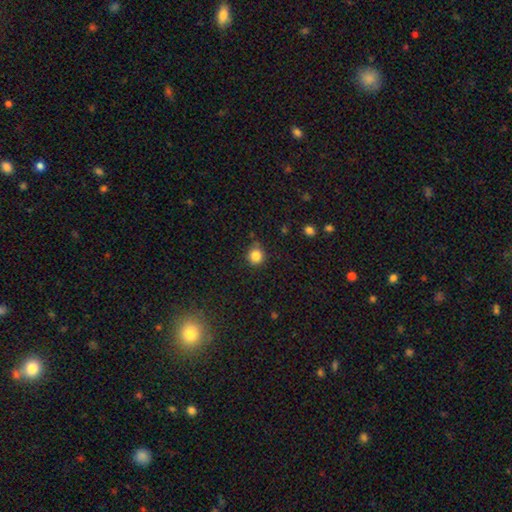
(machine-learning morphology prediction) Smooth or featured?
  - smooth: 84% *
  - star or artifact: 12%
  - featured or disk: 5%
How rounded?
  - round: 91% *
  - in between: 8%
  - cigar-shaped: 1%
Merging?
  - none: 82% *
  - minor disturbance: 12%
  - merger: 3%
  - major disturbance: 3%